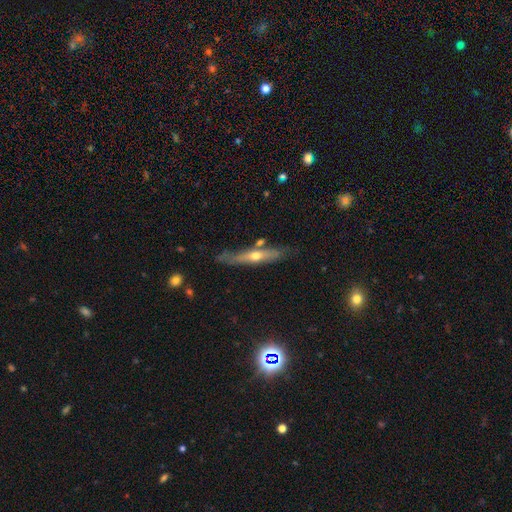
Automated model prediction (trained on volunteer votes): The model was most divided on "smooth or featured": featured or disk: 59%, smooth: 35%, star or artifact: 6%. More confident: edge-on disk — yes (85%); merging — none (71%).